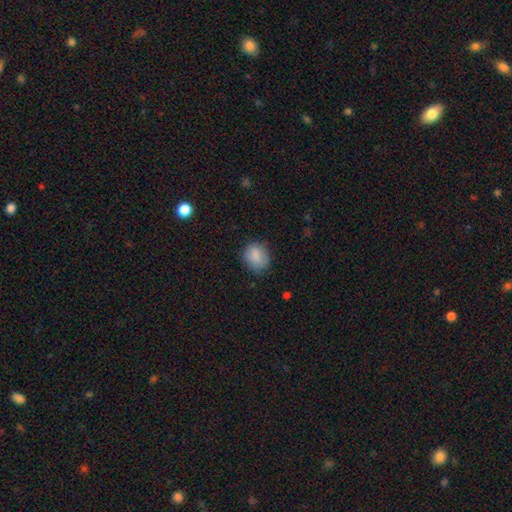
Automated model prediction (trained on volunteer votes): Q: Smooth or featured?
A: smooth (84%); runner-up: star or artifact (8%)
Q: How rounded?
A: round (58%); runner-up: in between (41%)
Q: Merging?
A: none (73%); runner-up: minor disturbance (20%)